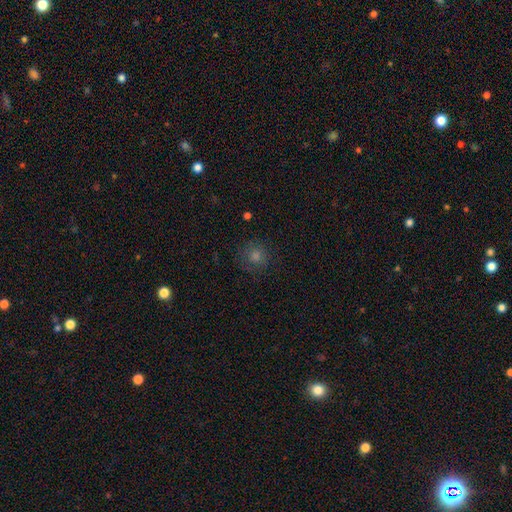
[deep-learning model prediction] The model was most divided on "smooth or featured": smooth: 63%, star or artifact: 25%, featured or disk: 12%. More confident: how rounded — round (91%); merging — none (84%).